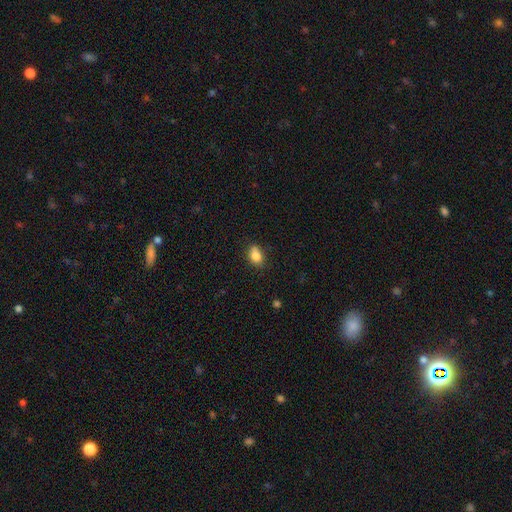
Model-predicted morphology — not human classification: This is clearly a smooth galaxy (82%). How rounded: likely in between (72%). Merging: likely none (66%).